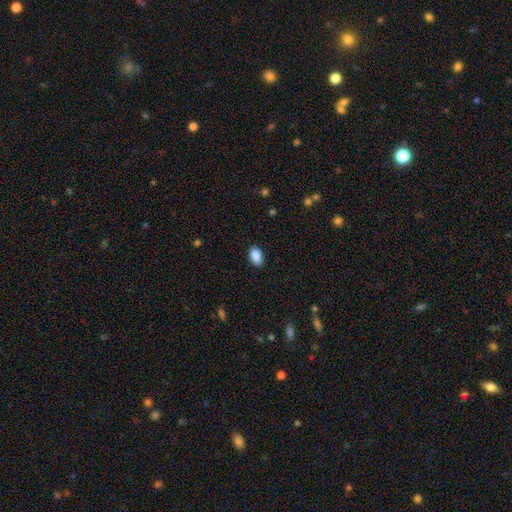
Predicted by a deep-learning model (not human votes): Morphology: type=smooth (89%); roundness=in between (93%); merging=none (87%).